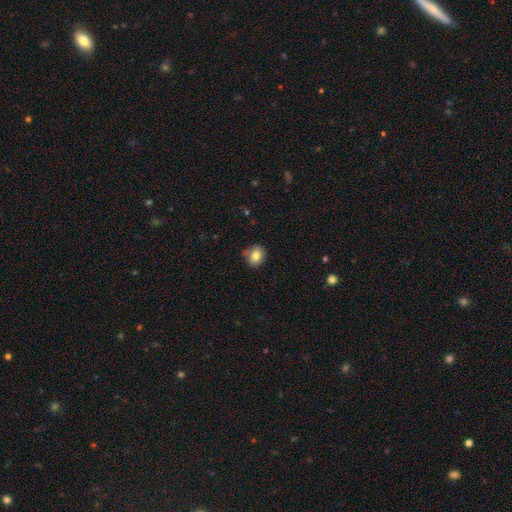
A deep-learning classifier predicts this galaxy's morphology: Smooth or featured? smooth (80%)
How rounded? round (67%)
Merging? none (76%)